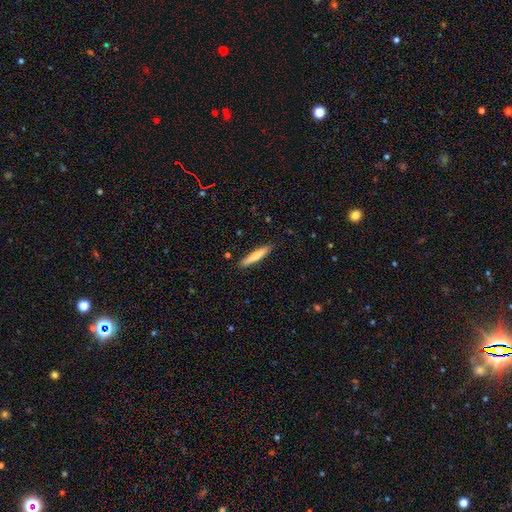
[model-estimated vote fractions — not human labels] Morphology: type=smooth (66%); roundness=cigar-shaped (89%); merging=none (89%).